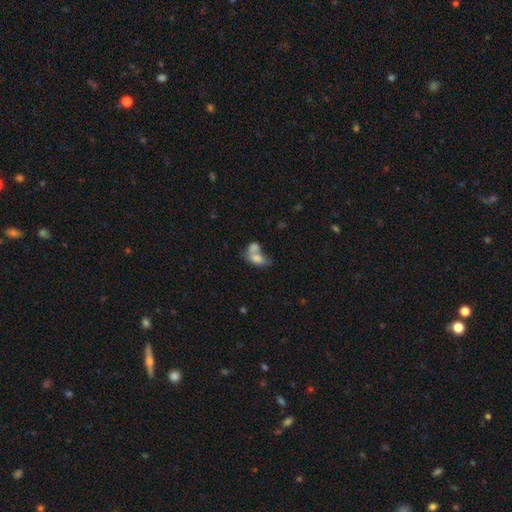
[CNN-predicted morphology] Smooth or featured? smooth (72%)
How rounded? in between (83%)
Merging? merger (67%)